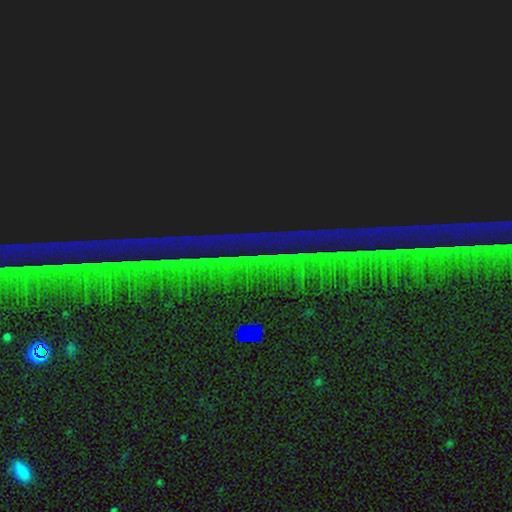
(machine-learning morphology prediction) Overall: star or artifact (87%).